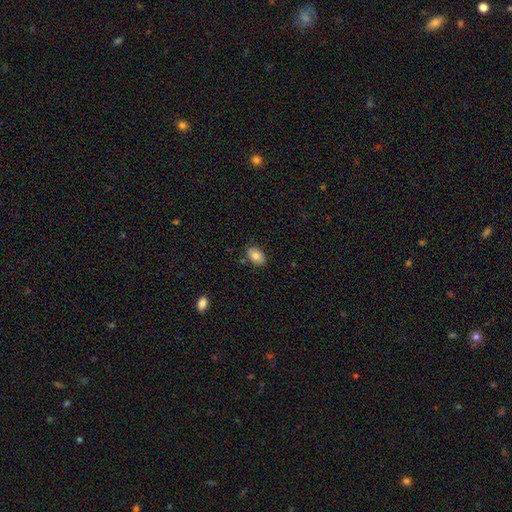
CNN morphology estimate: smooth-or-featured: smooth: 80% | featured or disk: 12% | star or artifact: 8%
  how-rounded: in between: 85% | round: 14% | cigar-shaped: 1%
  merging: none: 81% | minor disturbance: 14% | major disturbance: 3% | merger: 2%